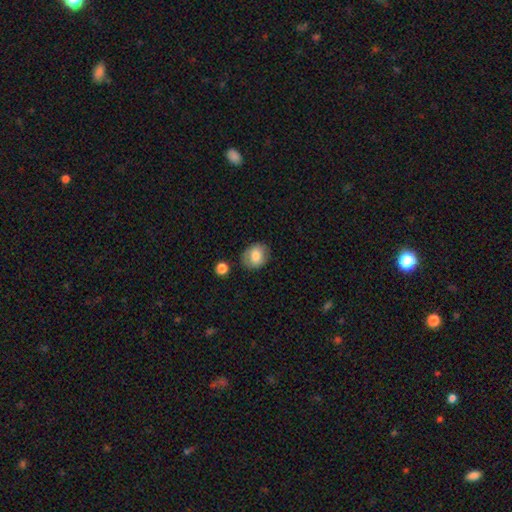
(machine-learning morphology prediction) This appears to be a smooth galaxy with no disk features (79%) that is round (55%). Merging: none (80%).